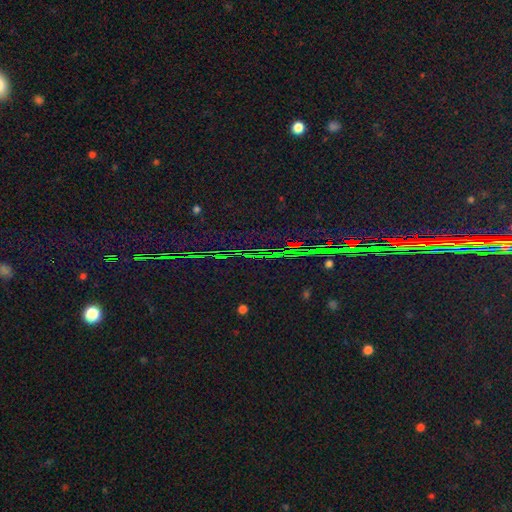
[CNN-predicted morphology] Smooth or featured? Predicted: star or artifact (p=0.82).